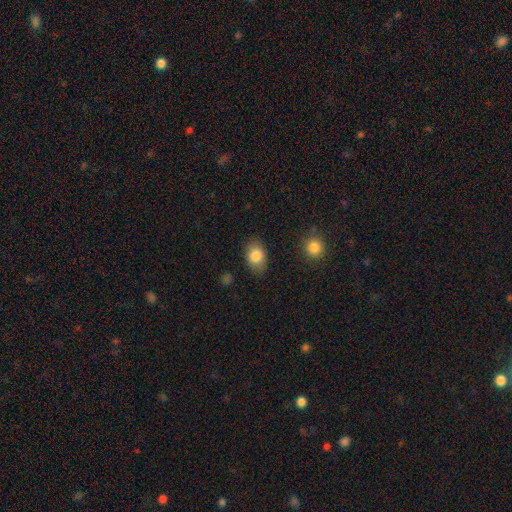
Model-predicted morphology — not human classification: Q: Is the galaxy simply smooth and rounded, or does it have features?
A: smooth — 83%.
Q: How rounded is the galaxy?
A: in between — 77%.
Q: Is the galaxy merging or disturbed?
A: none — 81%.